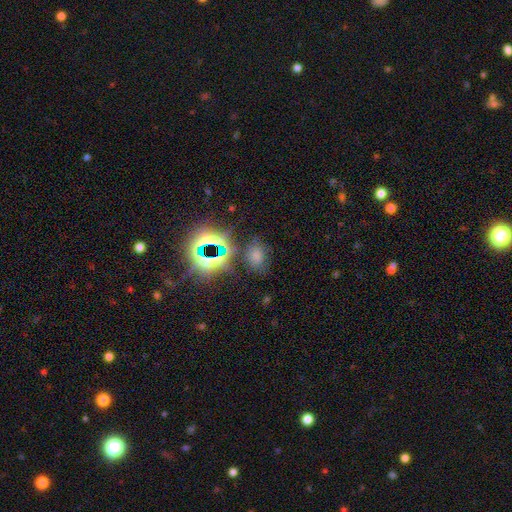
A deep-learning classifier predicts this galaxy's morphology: The model was most divided on "smooth or featured": smooth: 53%, star or artifact: 37%, featured or disk: 10%. More confident: how rounded — in between (76%); merging — none (69%).